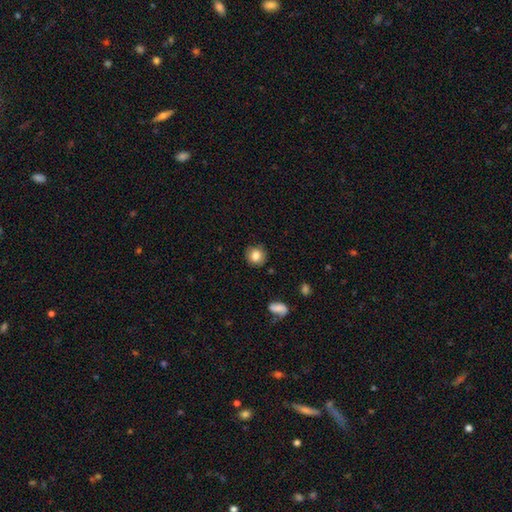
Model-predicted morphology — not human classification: Smooth or featured?
  - smooth: 83% *
  - star or artifact: 9%
  - featured or disk: 8%
How rounded?
  - round: 87% *
  - in between: 12%
  - cigar-shaped: 1%
Merging?
  - none: 86% *
  - minor disturbance: 10%
  - major disturbance: 2%
  - merger: 2%